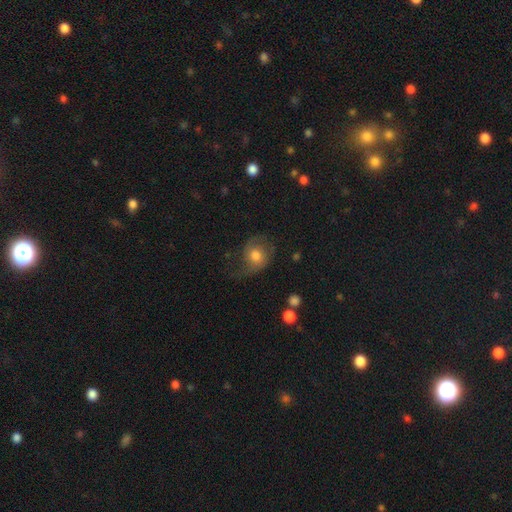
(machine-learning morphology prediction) smooth-or-featured: smooth: 53% | featured or disk: 39% | star or artifact: 8%
  how-rounded: round: 63% | in between: 36% | cigar-shaped: 1%
  merging: none: 41% | major disturbance: 30% | minor disturbance: 27% | merger: 2%